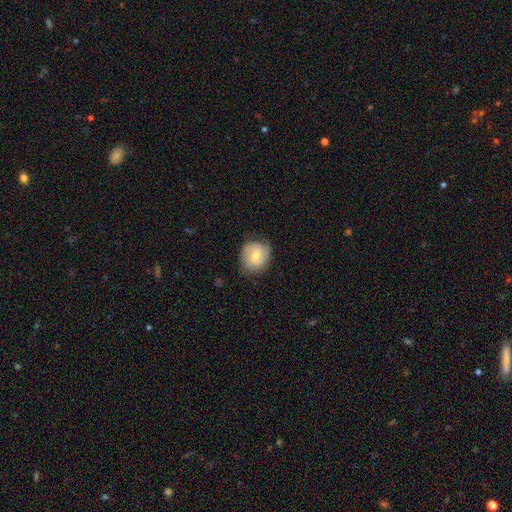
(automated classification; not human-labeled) smooth_or_featured: smooth (p=0.53) [alt: featured or disk p=0.40]
how_rounded: round (p=0.74) [alt: in between p=0.26]
merging: none (p=0.71) [alt: minor disturbance p=0.23]